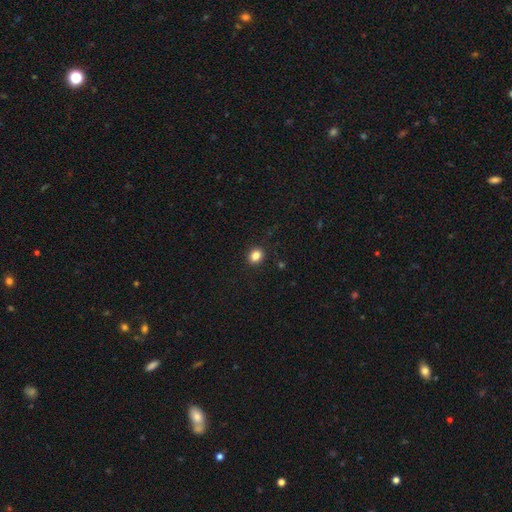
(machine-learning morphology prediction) Smooth or featured?
  - smooth: 84% *
  - star or artifact: 11%
  - featured or disk: 5%
How rounded?
  - round: 65% *
  - in between: 34%
  - cigar-shaped: 1%
Merging?
  - none: 91% *
  - minor disturbance: 6%
  - major disturbance: 2%
  - merger: 1%